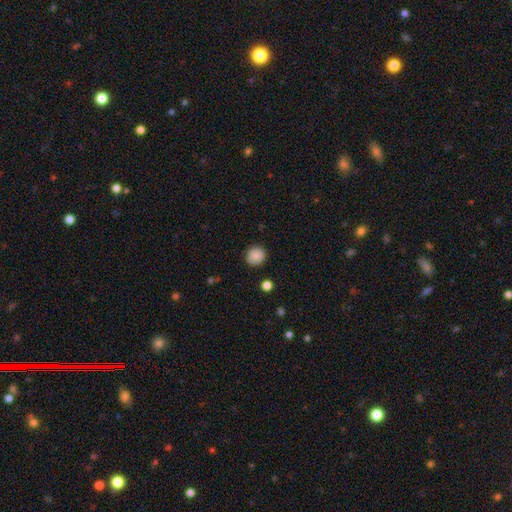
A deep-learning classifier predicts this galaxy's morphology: Overall: smooth (84%). How rounded: round (89%). Merging: none (88%).